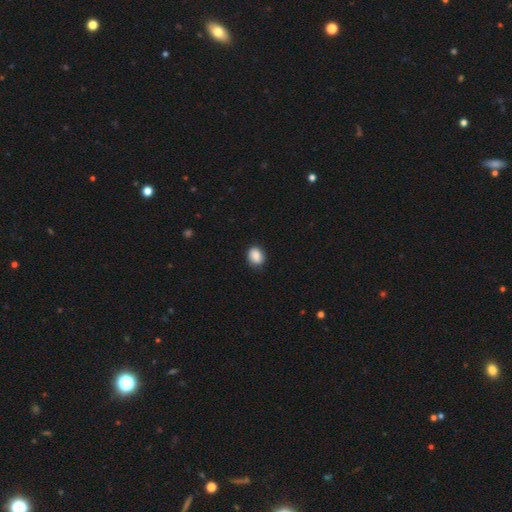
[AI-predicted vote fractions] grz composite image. It shows a smooth galaxy with no disk features (87%) that is in between round and cigar-shaped (52%). Merging: none (84%).